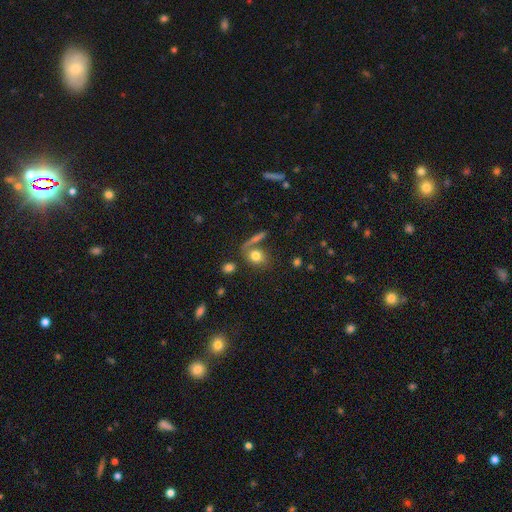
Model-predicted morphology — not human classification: This appears to be a smooth galaxy with no disk features (78%) that is in between round and cigar-shaped (51%). Merging: none (61%).